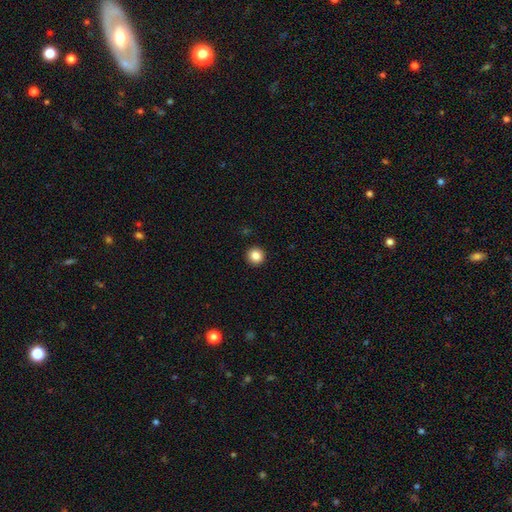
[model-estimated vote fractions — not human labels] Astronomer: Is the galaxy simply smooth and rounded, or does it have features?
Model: smooth — 85%.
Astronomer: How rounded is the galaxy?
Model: round — 96%.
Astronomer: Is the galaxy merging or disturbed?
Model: none — 93%.